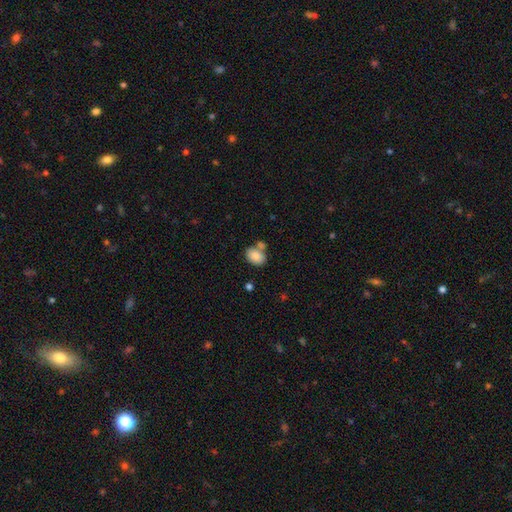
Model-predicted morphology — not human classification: smooth_or_featured: smooth (p=0.85) [alt: star or artifact p=0.08]
how_rounded: in between (p=0.73) [alt: round p=0.26]
merging: none (p=0.55) [alt: merger p=0.28]